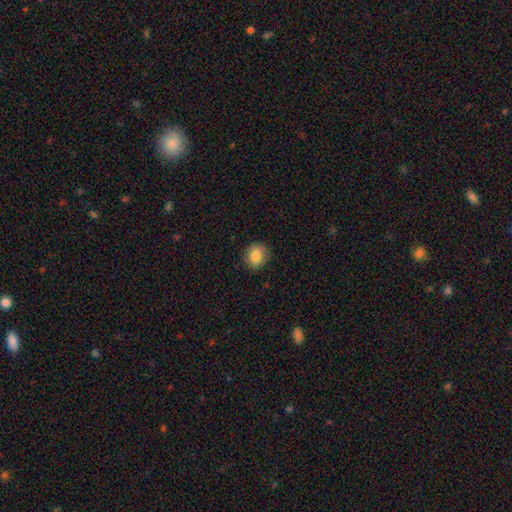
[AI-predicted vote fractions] Smooth or featured?
  - smooth: 86% *
  - star or artifact: 9%
  - featured or disk: 5%
How rounded?
  - round: 77% *
  - in between: 22%
  - cigar-shaped: 1%
Merging?
  - none: 87% *
  - minor disturbance: 9%
  - major disturbance: 2%
  - merger: 1%